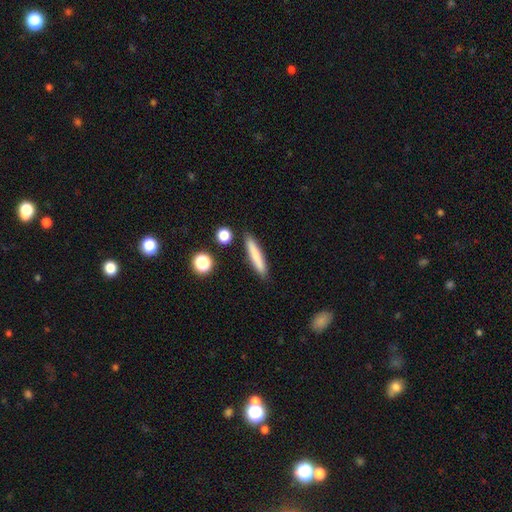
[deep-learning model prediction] The model was most divided on "smooth or featured": smooth: 78%, featured or disk: 15%, star or artifact: 7%. More confident: how rounded — cigar-shaped (91%); merging — none (88%).